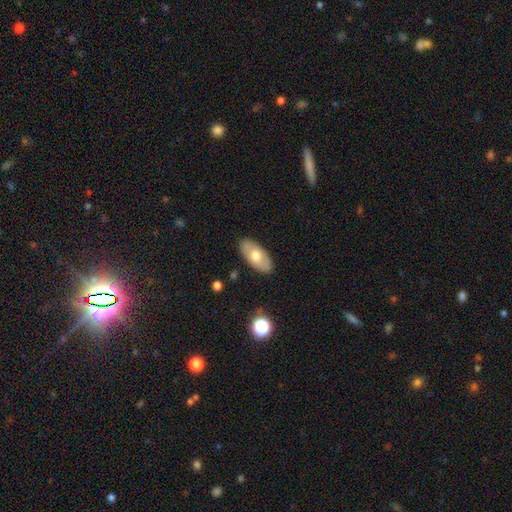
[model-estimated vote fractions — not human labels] Smooth or featured: smooth — 62% (featured or disk — 33%)
How rounded: in between — 92% (cigar-shaped — 5%)
Merging: none — 86% (minor disturbance — 10%)